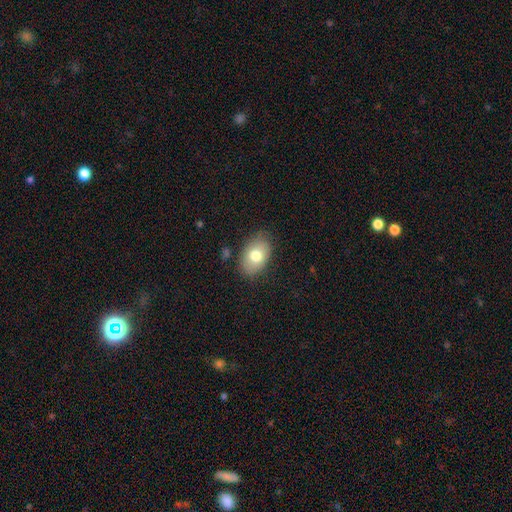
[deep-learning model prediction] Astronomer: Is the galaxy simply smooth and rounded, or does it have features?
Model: smooth — 76%.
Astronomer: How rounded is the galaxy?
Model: in between — 85%.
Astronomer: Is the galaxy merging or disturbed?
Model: none — 81%.